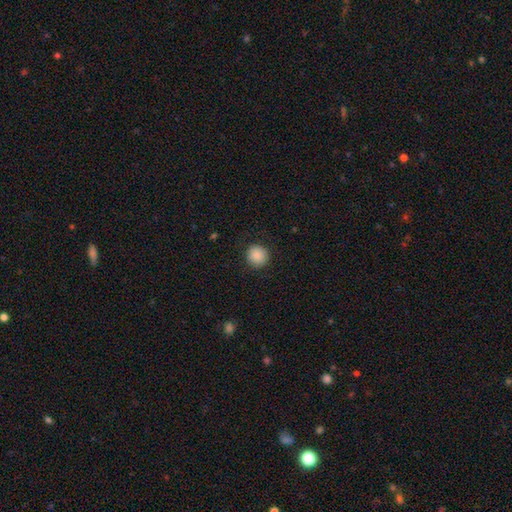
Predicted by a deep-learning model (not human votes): A smooth galaxy with no disk features (88%) that is round (93%).

Vote fractions:
- Smooth or featured? smooth: 88% / star or artifact: 9% / featured or disk: 3%
- How rounded? round: 93% / in between: 6% / cigar-shaped: 1%
- Merging? none: 90% / minor disturbance: 6% / major disturbance: 2% / merger: 1%